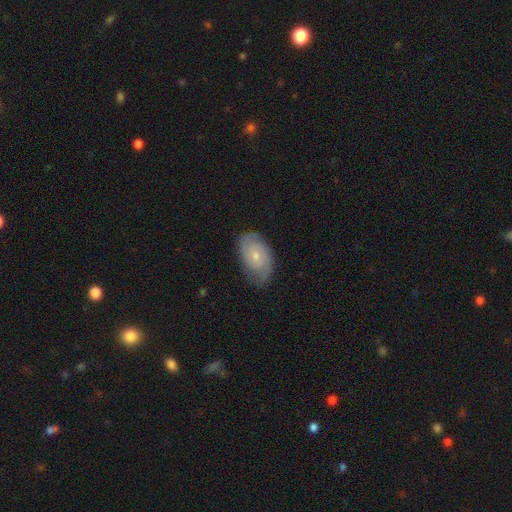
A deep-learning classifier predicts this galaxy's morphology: Smooth or featured? featured or disk (68%)
Edge-on disk? no (96%)
Bar? no (73%)
Spiral arms? yes (91%)
Spiral winding? tight (58%)
Spiral arm count? 2 (59%)
Bulge size? small (59%)
Merging? none (73%)